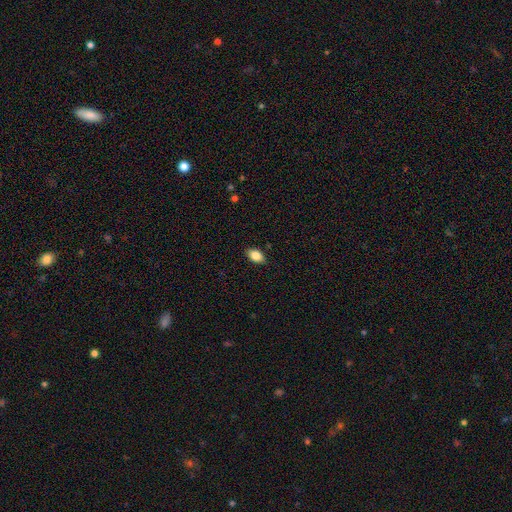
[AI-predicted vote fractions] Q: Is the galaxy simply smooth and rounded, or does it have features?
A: smooth — 86%.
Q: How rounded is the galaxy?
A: in between — 90%.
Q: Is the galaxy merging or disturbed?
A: none — 88%.